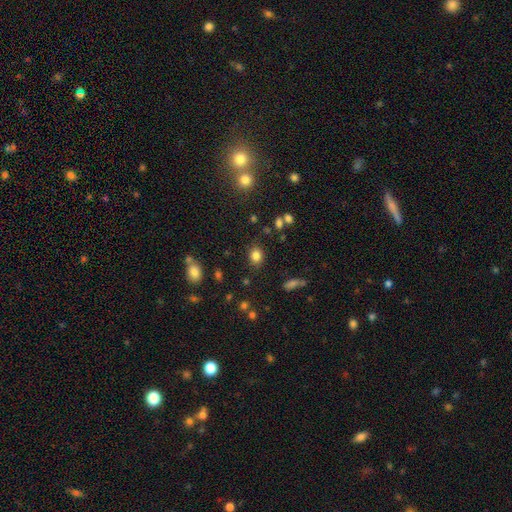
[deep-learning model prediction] Smooth or featured: smooth — 82% (star or artifact — 12%)
How rounded: round — 55% (in between — 43%)
Merging: none — 83% (minor disturbance — 10%)